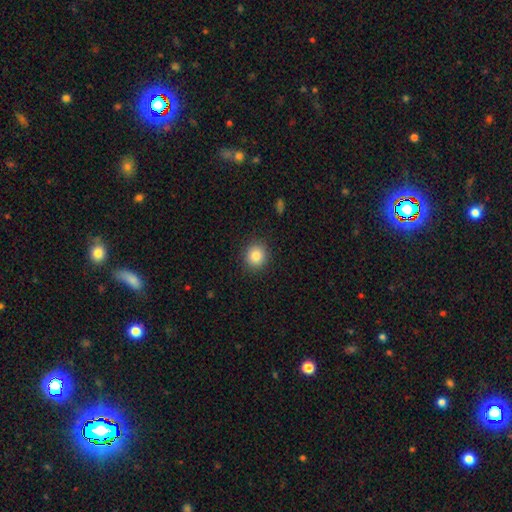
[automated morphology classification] smooth 84%, star or artifact 10%, featured or disk 6%. Down the decision tree: how rounded — round (86%); merging — none (90%).